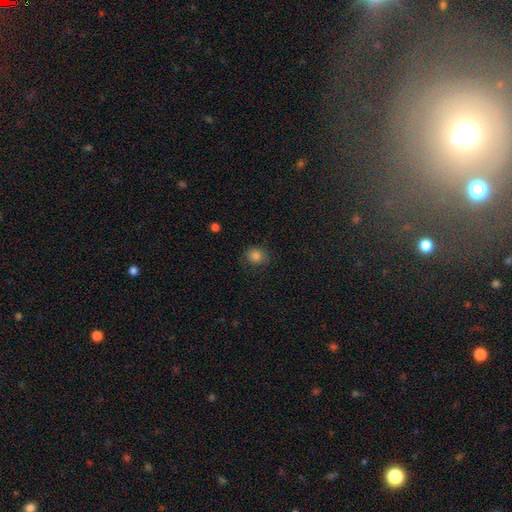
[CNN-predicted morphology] smooth 83%, star or artifact 12%, featured or disk 5%. Down the decision tree: how rounded — round (72%); merging — none (79%).